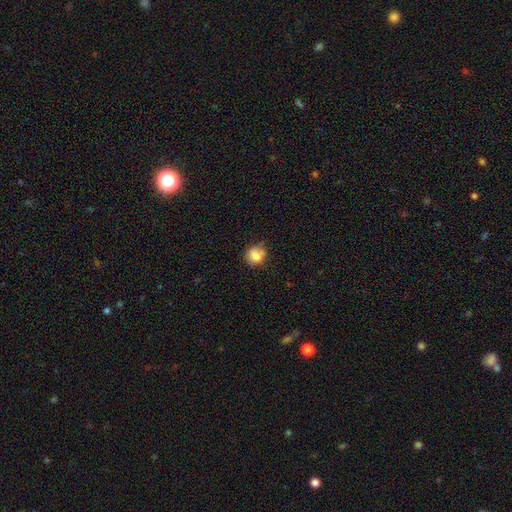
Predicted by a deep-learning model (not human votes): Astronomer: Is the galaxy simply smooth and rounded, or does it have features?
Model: smooth — 81%.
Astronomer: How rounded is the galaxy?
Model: round — 79%.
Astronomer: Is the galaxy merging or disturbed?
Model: none — 66%.